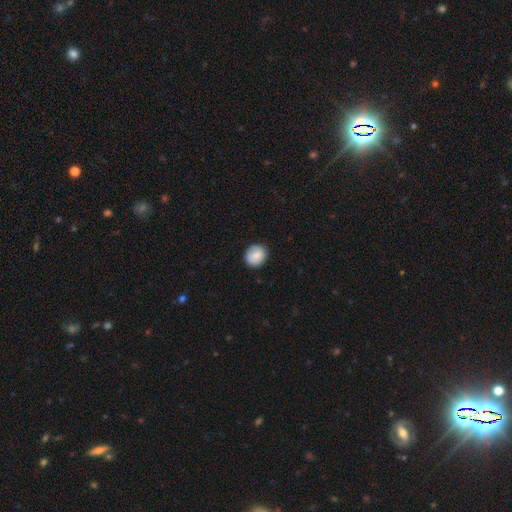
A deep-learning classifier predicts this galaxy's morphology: Smooth or featured? smooth (84%)
How rounded? round (82%)
Merging? none (88%)